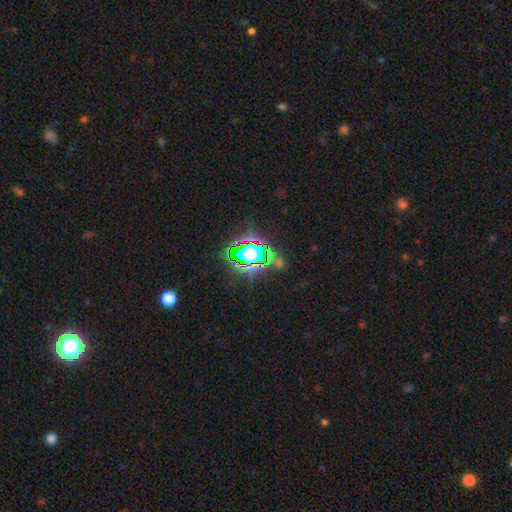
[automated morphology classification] Overall: star or artifact (67%).